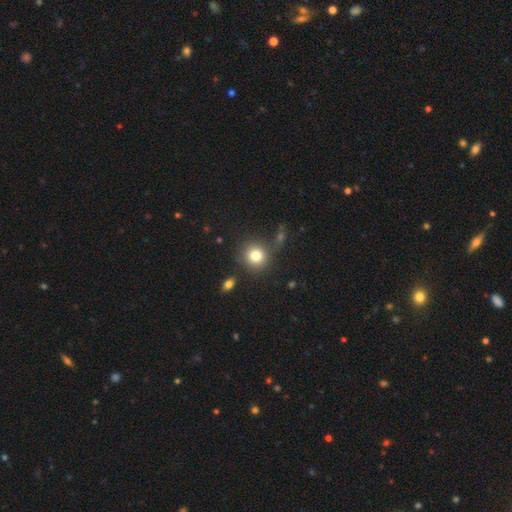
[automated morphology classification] Q: Smooth or featured?
A: smooth (81%); runner-up: star or artifact (11%)
Q: How rounded?
A: round (88%); runner-up: in between (11%)
Q: Merging?
A: none (75%); runner-up: minor disturbance (12%)